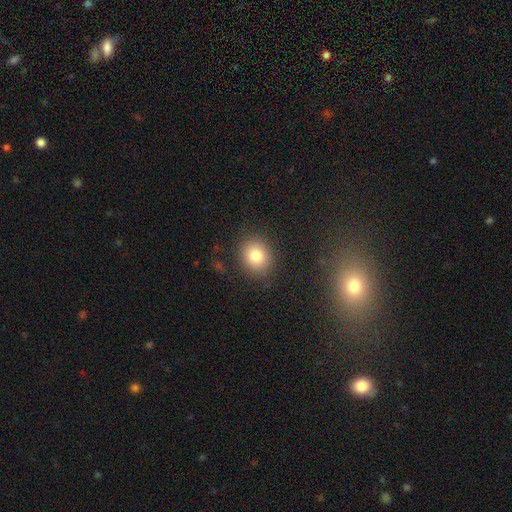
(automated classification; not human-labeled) smooth-or-featured: smooth: 81% | star or artifact: 10% | featured or disk: 9%
  how-rounded: round: 71% | in between: 28% | cigar-shaped: 1%
  merging: none: 85% | minor disturbance: 10% | major disturbance: 4% | merger: 2%